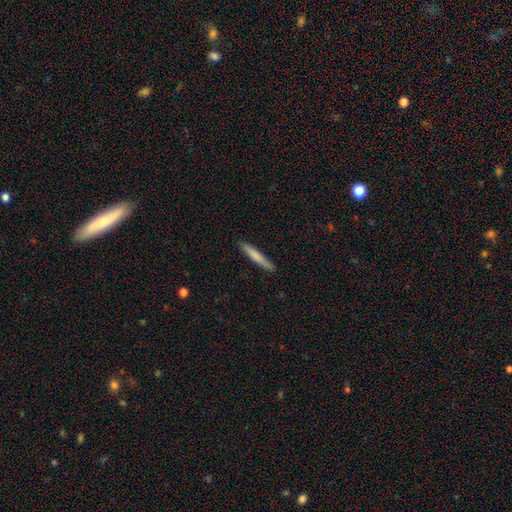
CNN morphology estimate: Smooth or featured? Predicted: smooth (p=0.74). How rounded? Predicted: cigar-shaped (p=0.95). Merging? Predicted: none (p=0.89).